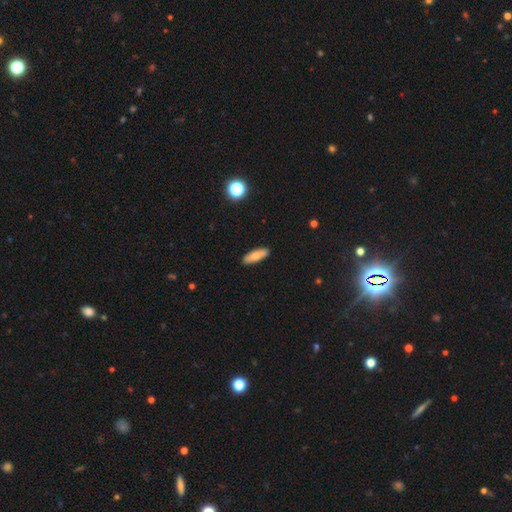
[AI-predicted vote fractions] Smooth or featured? smooth (70%)
How rounded? in between (55%)
Merging? none (89%)